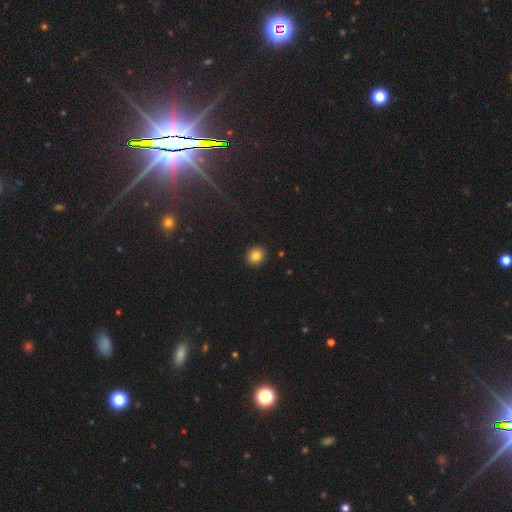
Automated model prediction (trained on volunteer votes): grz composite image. It shows a smooth galaxy with no disk features (85%) that is round (78%). Merging: none (92%).